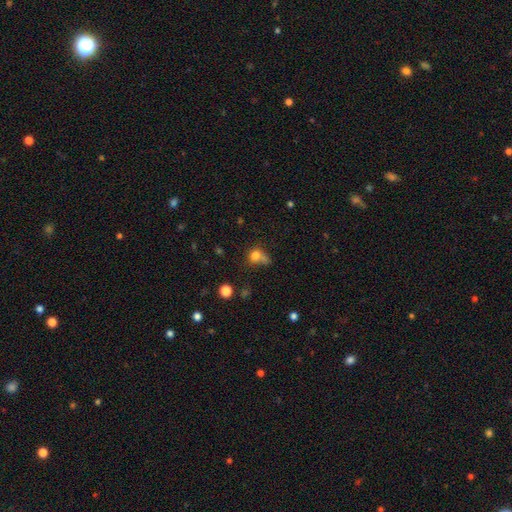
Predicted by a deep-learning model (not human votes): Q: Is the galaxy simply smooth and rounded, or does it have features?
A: smooth — 75%.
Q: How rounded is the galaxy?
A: round — 66%.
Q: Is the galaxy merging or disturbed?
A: none — 39%.